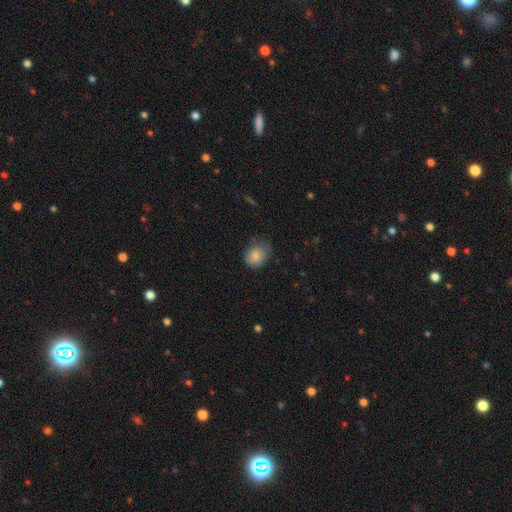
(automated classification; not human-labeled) This is clearly a smooth galaxy (84%). How rounded: possibly in between (55%). Merging: possibly none (56%).